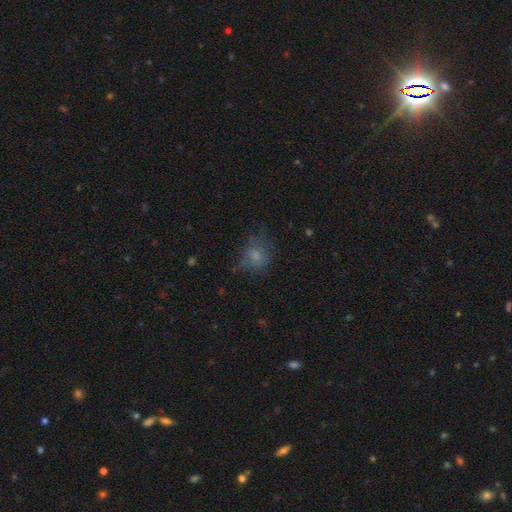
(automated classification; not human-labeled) This appears to be a smooth galaxy with no disk features (69%) that is round (65%). Merging: none (52%).